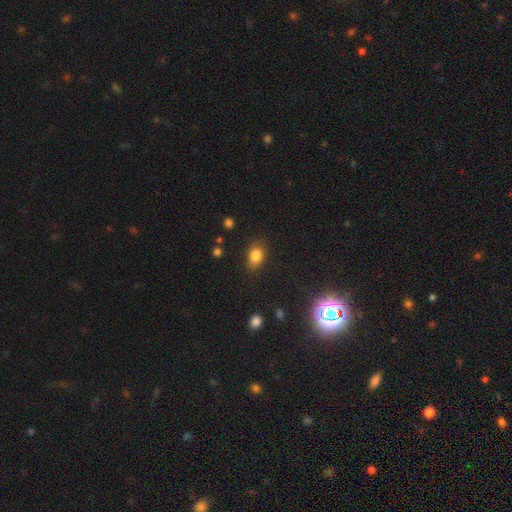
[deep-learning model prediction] Smooth or featured: smooth — 82% (star or artifact — 11%)
How rounded: in between — 76% (round — 22%)
Merging: none — 78% (minor disturbance — 17%)